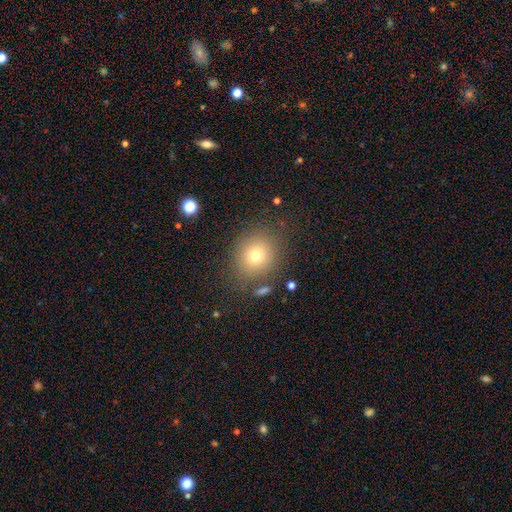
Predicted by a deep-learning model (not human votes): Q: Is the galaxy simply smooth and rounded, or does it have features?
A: smooth — 73%.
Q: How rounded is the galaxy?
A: round — 73%.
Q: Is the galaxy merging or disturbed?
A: none — 79%.